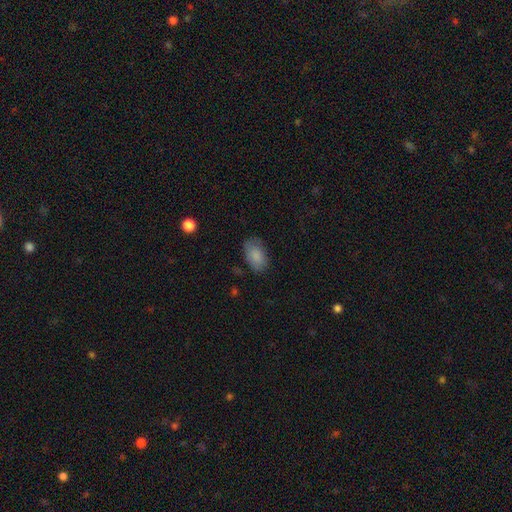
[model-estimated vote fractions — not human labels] smooth 86%, star or artifact 7%, featured or disk 7%. Down the decision tree: how rounded — in between (91%); merging — none (74%).